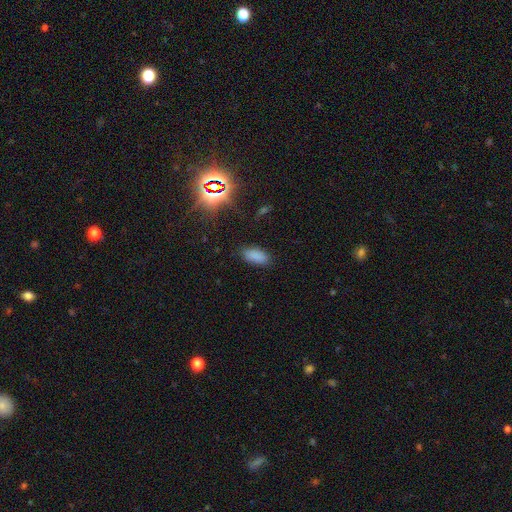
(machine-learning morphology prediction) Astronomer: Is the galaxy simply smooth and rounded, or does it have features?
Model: smooth — 84%.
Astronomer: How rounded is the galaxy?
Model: in between — 88%.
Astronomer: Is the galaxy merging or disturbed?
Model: none — 84%.